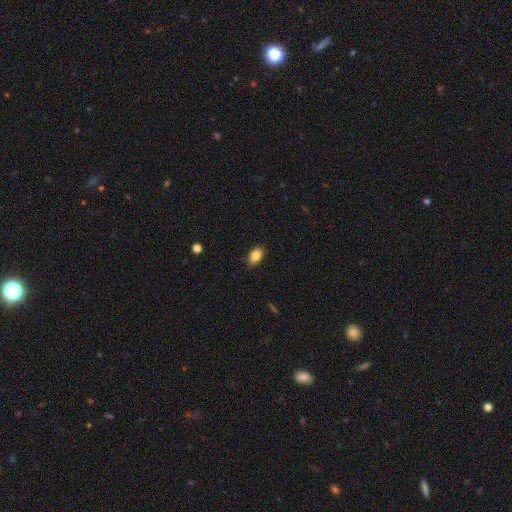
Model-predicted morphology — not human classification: smooth 84%, star or artifact 8%, featured or disk 8%. Down the decision tree: how rounded — in between (88%); merging — none (86%).